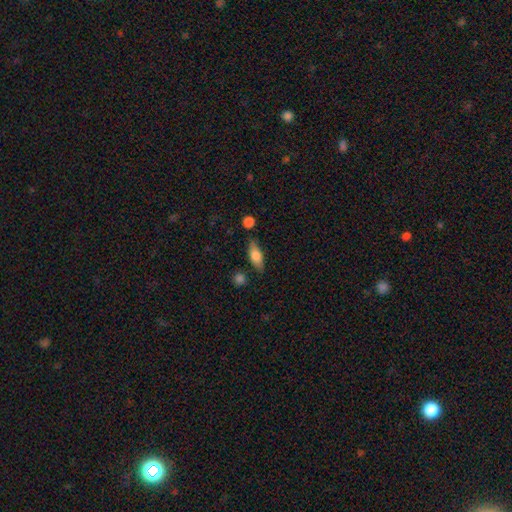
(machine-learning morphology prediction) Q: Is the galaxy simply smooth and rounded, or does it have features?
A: smooth — 72%.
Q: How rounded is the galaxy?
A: in between — 72%.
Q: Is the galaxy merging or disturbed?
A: none — 77%.